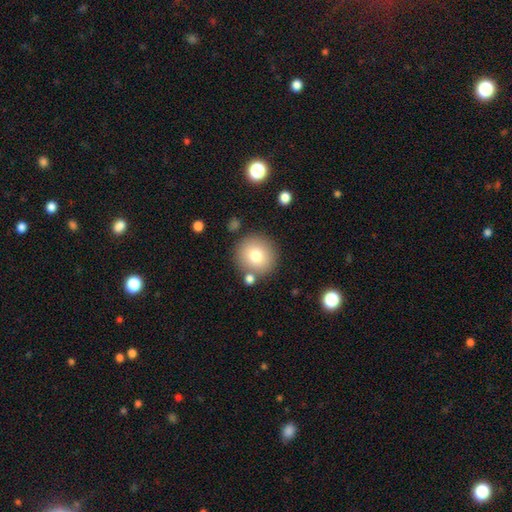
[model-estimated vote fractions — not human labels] A smooth galaxy with no disk features (77%) that is round (94%). Merging: none (82%).